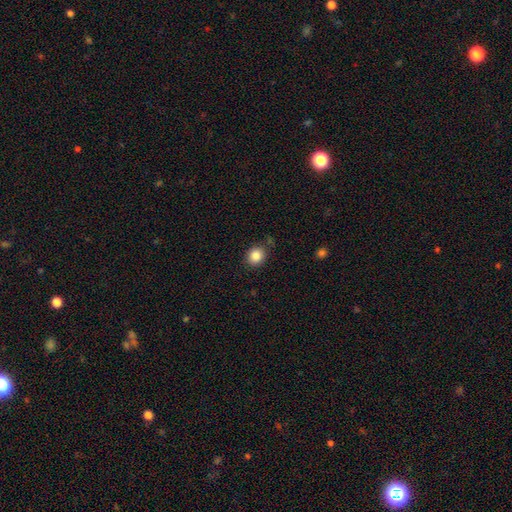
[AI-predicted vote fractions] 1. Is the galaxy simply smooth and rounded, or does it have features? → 85% smooth, 10% star or artifact, 5% featured or disk.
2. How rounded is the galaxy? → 75% round, 24% in between, 1% cigar-shaped.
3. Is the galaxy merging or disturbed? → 83% none, 11% minor disturbance, 3% major disturbance, 2% merger.